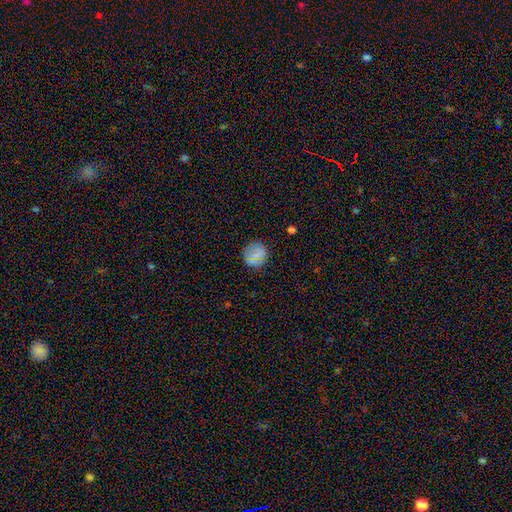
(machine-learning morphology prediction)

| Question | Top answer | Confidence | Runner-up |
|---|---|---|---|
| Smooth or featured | smooth | 77% | star or artifact (12%) |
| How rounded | round | 90% | in between (9%) |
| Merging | none | 85% | minor disturbance (11%) |